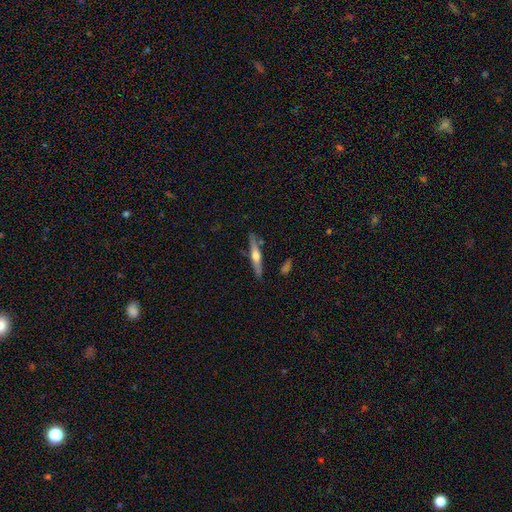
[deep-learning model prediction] featured or disk 61%, smooth 33%, star or artifact 6%. Down the decision tree: edge-on disk — yes (96%); edge-on bulge — rounded (91%); merging — none (85%).